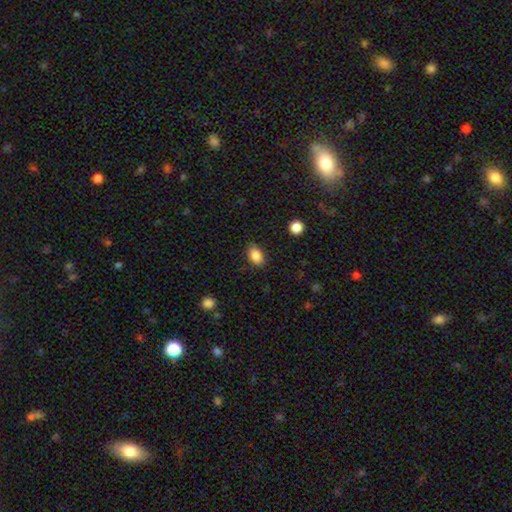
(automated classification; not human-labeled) This is clearly a smooth galaxy (87%). How rounded: clearly in between (87%). Merging: clearly none (85%).